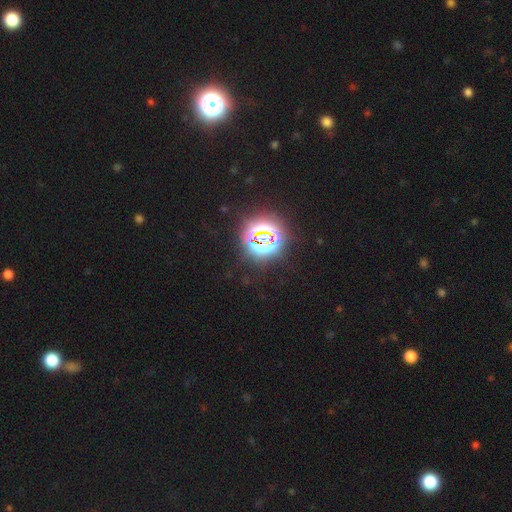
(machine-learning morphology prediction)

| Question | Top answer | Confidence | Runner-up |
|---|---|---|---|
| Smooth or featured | star or artifact | 78% | smooth (13%) |